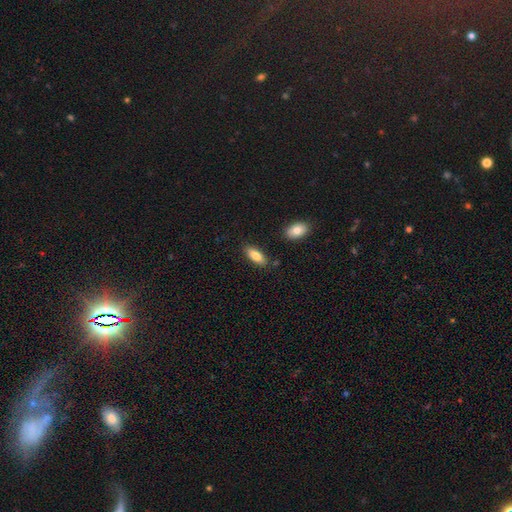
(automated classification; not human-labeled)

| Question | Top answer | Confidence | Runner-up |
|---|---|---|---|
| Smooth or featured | smooth | 82% | featured or disk (12%) |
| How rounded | in between | 78% | cigar-shaped (20%) |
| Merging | none | 82% | minor disturbance (11%) |